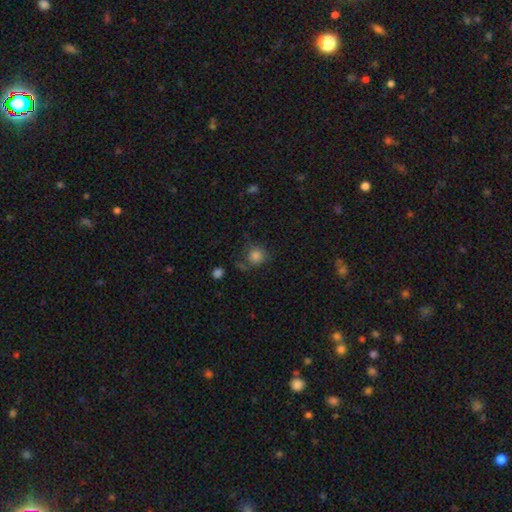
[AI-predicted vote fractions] The model was most divided on "merging": none: 63%, minor disturbance: 21%, major disturbance: 9%, merger: 7%. More confident: how rounded — round (85%); smooth or featured — smooth (82%).